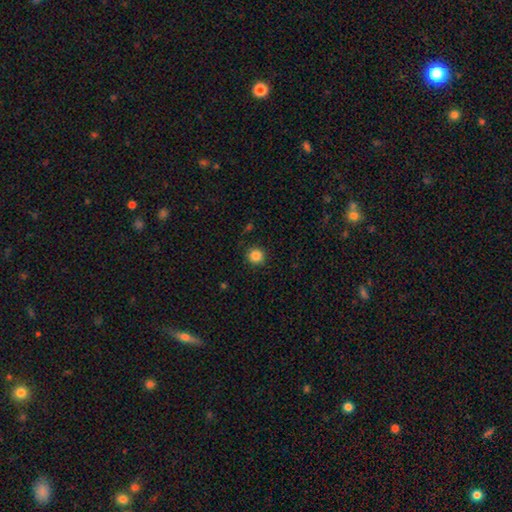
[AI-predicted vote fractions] Overall: smooth (86%). How rounded: round (94%). Merging: none (90%).